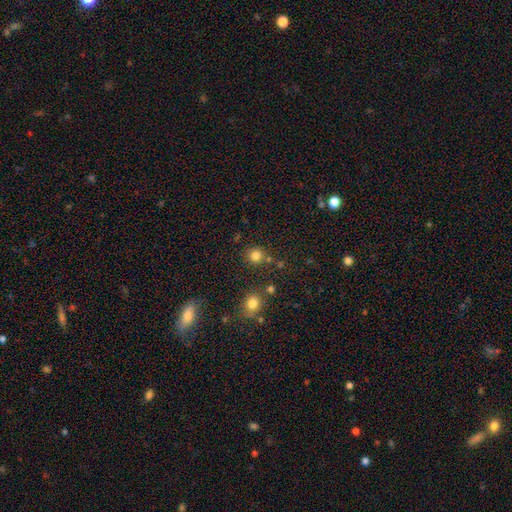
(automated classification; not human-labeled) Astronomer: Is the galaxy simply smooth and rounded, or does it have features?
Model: smooth — 81%.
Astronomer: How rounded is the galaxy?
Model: round — 89%.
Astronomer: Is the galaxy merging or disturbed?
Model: none — 82%.